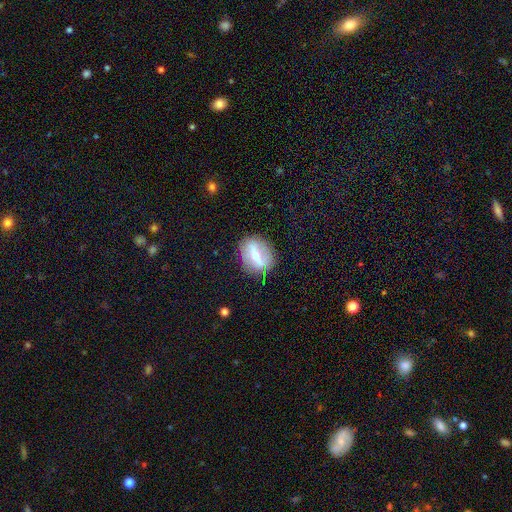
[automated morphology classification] Q: Smooth or featured?
A: featured or disk (56%); runner-up: smooth (35%)
Q: Edge-on disk?
A: no (73%); runner-up: yes (27%)
Q: Merging?
A: none (80%); runner-up: minor disturbance (14%)